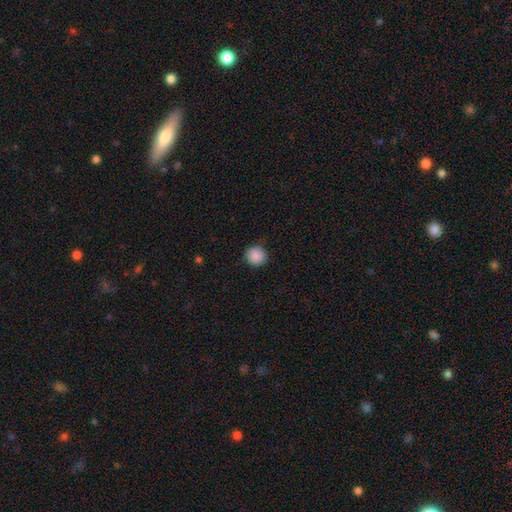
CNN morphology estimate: smooth-or-featured: smooth: 89% | star or artifact: 8% | featured or disk: 3%
  how-rounded: round: 94% | in between: 5% | cigar-shaped: 1%
  merging: none: 90% | minor disturbance: 7% | major disturbance: 2% | merger: 1%